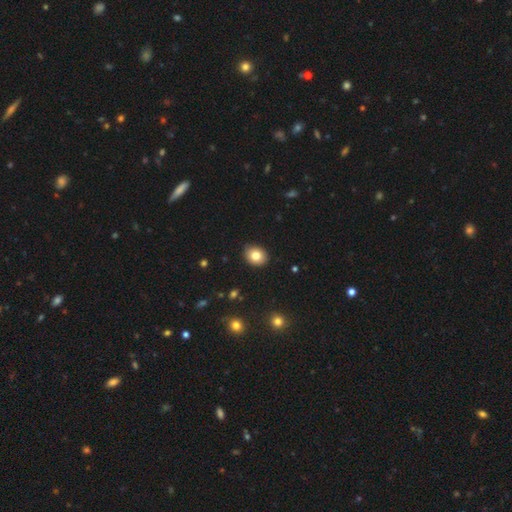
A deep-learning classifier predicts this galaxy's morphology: A smooth galaxy with no disk features (81%) that is round (50%). Merging: none (88%).